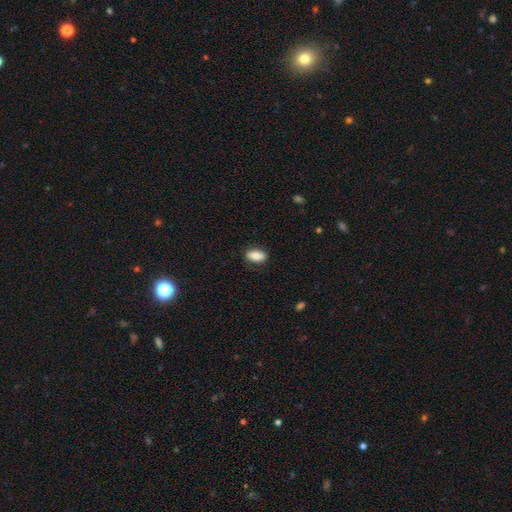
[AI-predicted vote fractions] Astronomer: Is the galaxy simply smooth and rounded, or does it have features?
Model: smooth — 78%.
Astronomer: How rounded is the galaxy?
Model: in between — 89%.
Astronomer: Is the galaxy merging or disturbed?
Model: none — 84%.